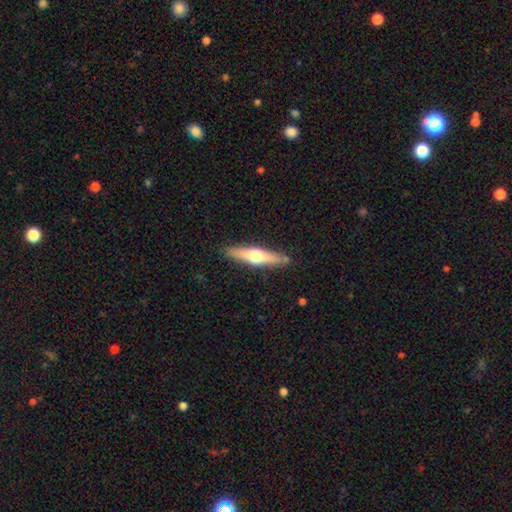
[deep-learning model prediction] Overall: featured or disk (52%; smooth 43%). Edge-on disk: yes (93%). Merging: none (87%).